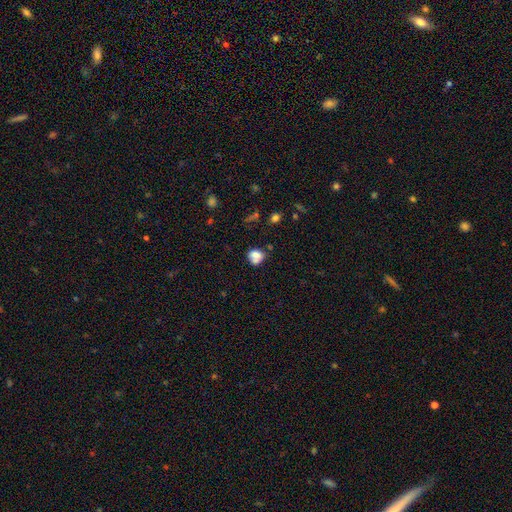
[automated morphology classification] Q: Smooth or featured?
A: smooth (72%); runner-up: featured or disk (16%)
Q: How rounded?
A: round (63%); runner-up: in between (36%)
Q: Merging?
A: none (43%); runner-up: merger (30%)